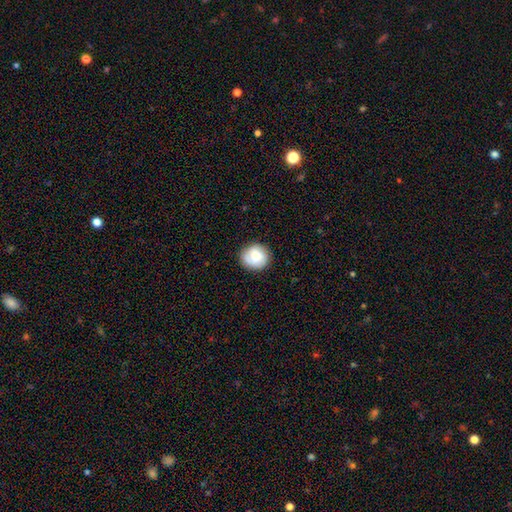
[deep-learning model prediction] Smooth or featured: smooth — 69% (featured or disk — 23%)
How rounded: round — 85% (in between — 14%)
Merging: none — 82% (minor disturbance — 13%)